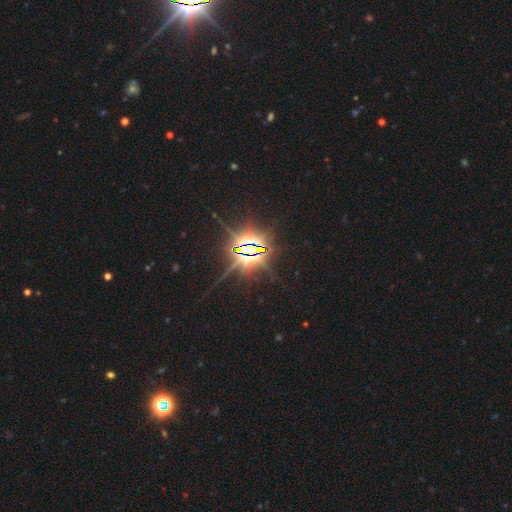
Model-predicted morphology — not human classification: smooth_or_featured: star or artifact (p=0.84) [alt: featured or disk p=0.09]